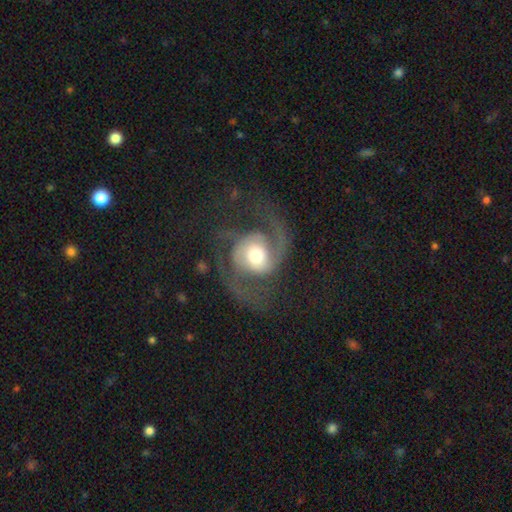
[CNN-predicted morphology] This appears to be a featured or disk galaxy (85%) with no bar (69%), 2 (77%) medium (52%) spiral arms (96%) and a moderate central bulge (51%). Merging: none (61%).